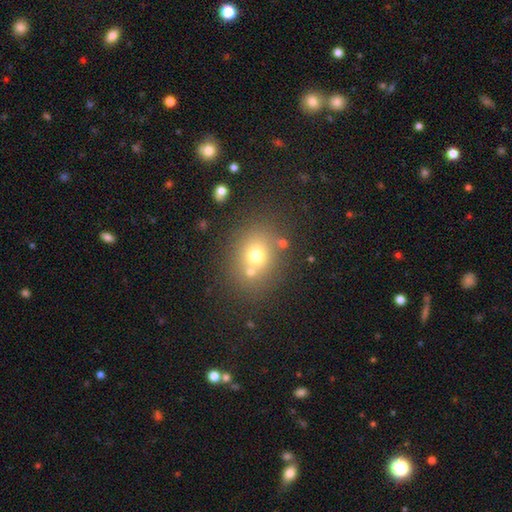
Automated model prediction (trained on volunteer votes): smooth 68%, star or artifact 17%, featured or disk 15%. Down the decision tree: how rounded — round (56%); merging — none (68%).